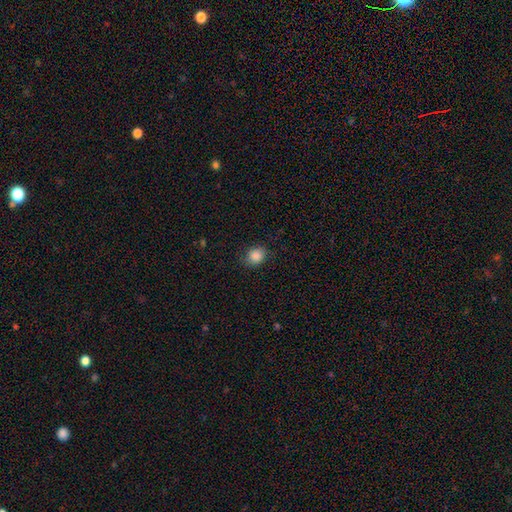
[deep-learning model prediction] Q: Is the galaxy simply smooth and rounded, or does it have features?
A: smooth — 87%.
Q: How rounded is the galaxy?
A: round — 64%.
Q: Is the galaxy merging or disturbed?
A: none — 80%.